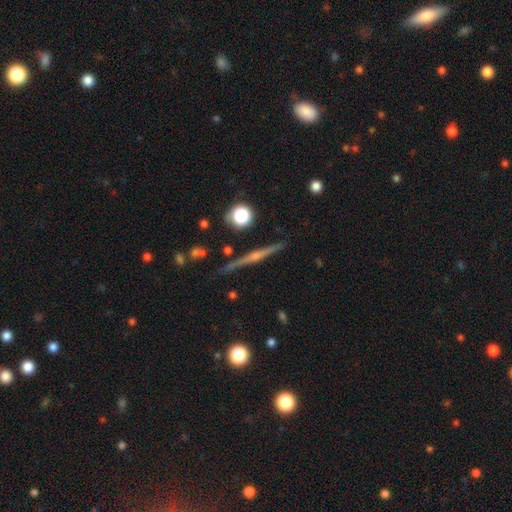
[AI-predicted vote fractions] A featured or disk galaxy (80%) viewed edge-on (98%) with a rounded central bulge (83%). Merging: none (89%).